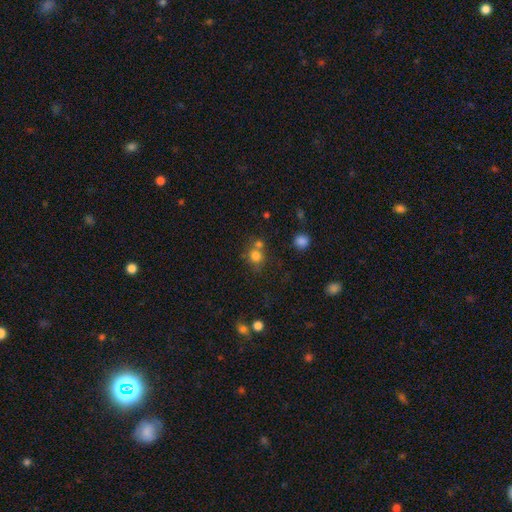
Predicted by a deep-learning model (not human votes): This appears to be a smooth galaxy with no disk features (77%) that is round (85%). Merging: none (57%).